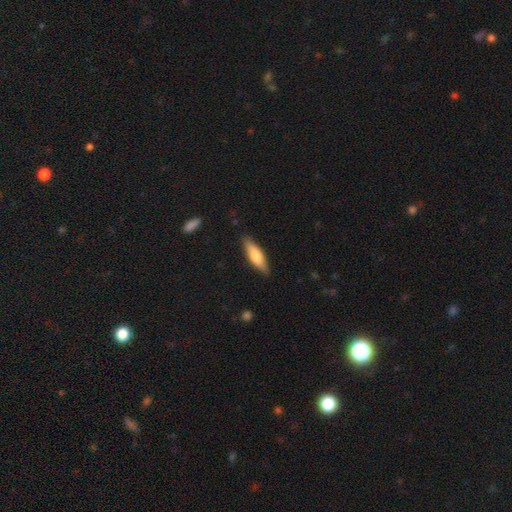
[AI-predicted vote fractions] Smooth or featured?
  - smooth: 71% *
  - featured or disk: 24%
  - star or artifact: 5%
How rounded?
  - cigar-shaped: 55% *
  - in between: 43%
  - round: 2%
Merging?
  - none: 85% *
  - minor disturbance: 12%
  - major disturbance: 2%
  - merger: 1%